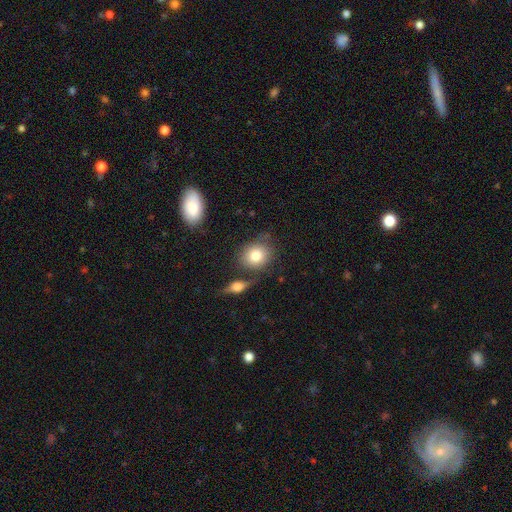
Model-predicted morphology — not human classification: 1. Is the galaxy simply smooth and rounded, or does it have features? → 81% smooth, 11% featured or disk, 8% star or artifact.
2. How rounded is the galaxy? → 63% round, 35% in between, 1% cigar-shaped.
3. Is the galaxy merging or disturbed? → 69% none, 14% minor disturbance, 13% merger, 4% major disturbance.